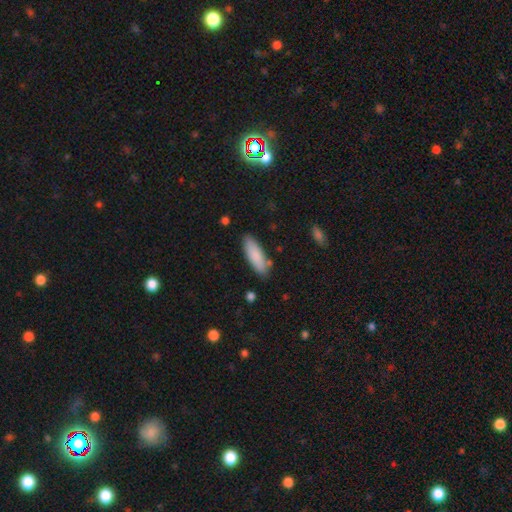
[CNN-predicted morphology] smooth-or-featured: smooth: 86% | featured or disk: 9% | star or artifact: 6%
  how-rounded: in between: 55% | cigar-shaped: 44% | round: 1%
  merging: none: 82% | minor disturbance: 12% | merger: 3% | major disturbance: 2%